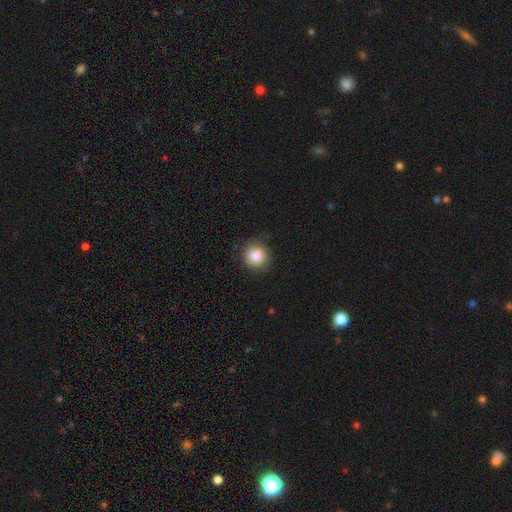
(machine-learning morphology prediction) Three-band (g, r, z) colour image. It shows a smooth galaxy with no disk features (85%) that is round (91%). Merging: none (83%).